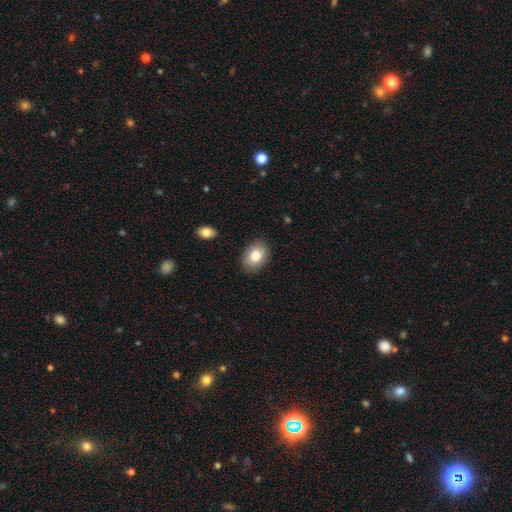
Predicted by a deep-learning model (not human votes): Overall: smooth (82%). How rounded: in between (80%). Merging: none (88%).